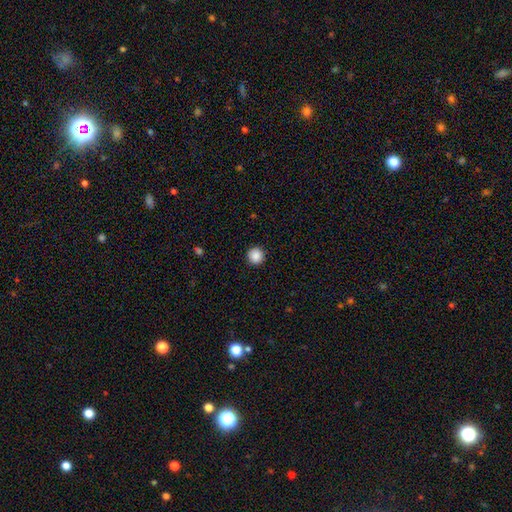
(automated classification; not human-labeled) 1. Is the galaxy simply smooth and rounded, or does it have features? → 88% smooth, 9% star or artifact, 3% featured or disk.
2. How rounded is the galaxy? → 96% round, 3% in between, 1% cigar-shaped.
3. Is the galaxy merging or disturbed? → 92% none, 5% minor disturbance, 2% major disturbance, 1% merger.